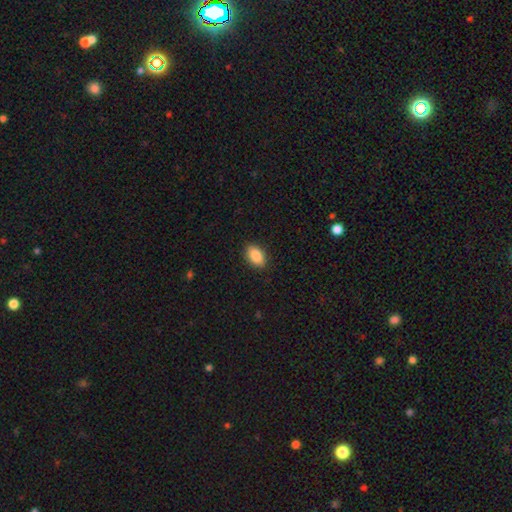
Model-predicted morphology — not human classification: A smooth galaxy with no disk features (88%) that is in between round and cigar-shaped (90%).

Vote fractions:
- Smooth or featured? smooth: 88% / star or artifact: 7% / featured or disk: 5%
- How rounded? in between: 90% / round: 8% / cigar-shaped: 2%
- Merging? none: 89% / minor disturbance: 8% / major disturbance: 2% / merger: 1%